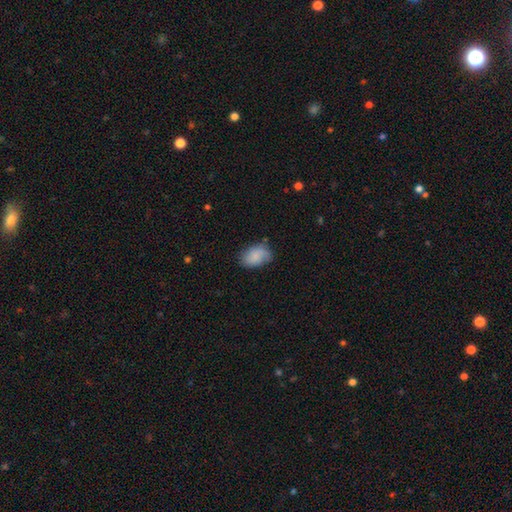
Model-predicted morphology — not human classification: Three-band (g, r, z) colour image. It shows a smooth galaxy with no disk features (81%) that is in between round and cigar-shaped (84%). Merging: none (65%).